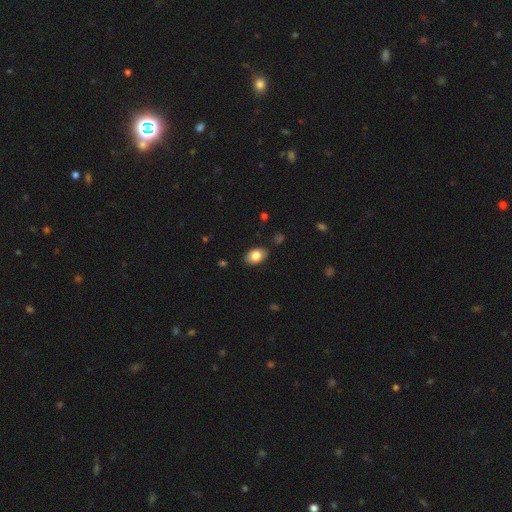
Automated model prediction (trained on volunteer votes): smooth-or-featured: smooth: 82% | featured or disk: 10% | star or artifact: 7%
  how-rounded: in between: 87% | round: 12% | cigar-shaped: 1%
  merging: none: 86% | minor disturbance: 10% | major disturbance: 2% | merger: 1%